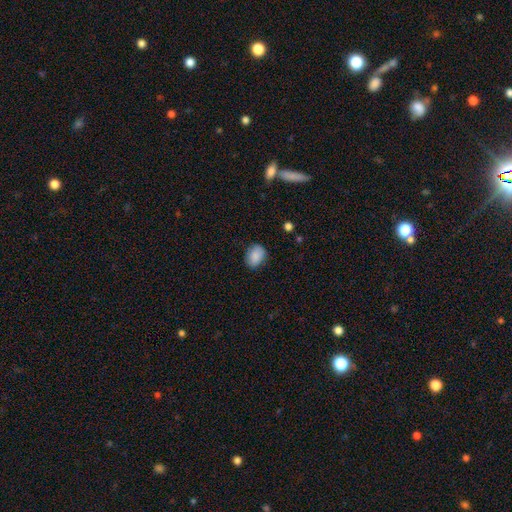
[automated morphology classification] Smooth or featured? Predicted: smooth (p=0.87). How rounded? Predicted: in between (p=0.64). Merging? Predicted: none (p=0.80).